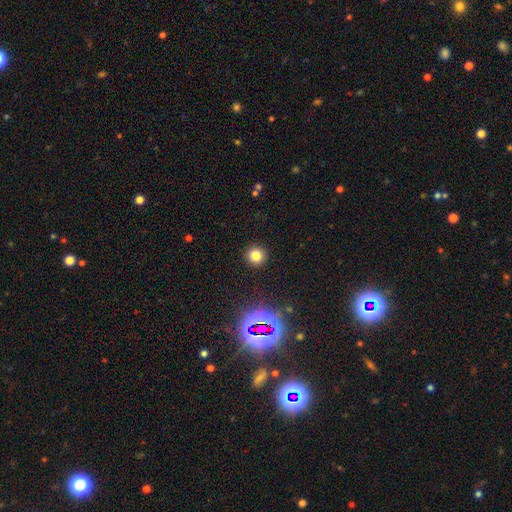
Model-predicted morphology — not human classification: smooth 77%, star or artifact 17%, featured or disk 6%. Down the decision tree: how rounded — round (93%); merging — none (92%).